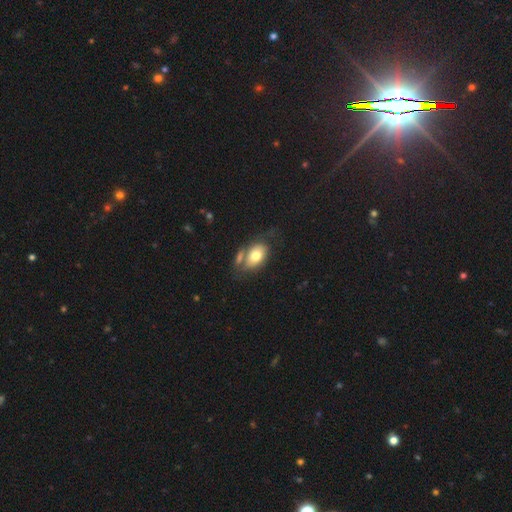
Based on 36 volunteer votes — Overall: smooth (86%). How rounded: in between (90%). Merging: merger (38%; none 29%).